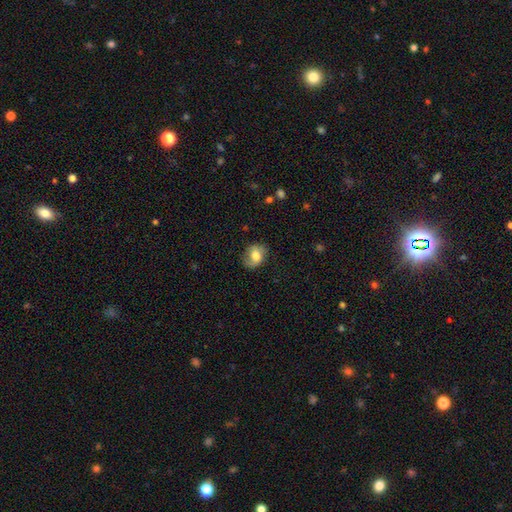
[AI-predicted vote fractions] smooth_or_featured: smooth (p=0.63) [alt: featured or disk p=0.28]
how_rounded: in between (p=0.55) [alt: round p=0.44]
merging: none (p=0.70) [alt: minor disturbance p=0.22]